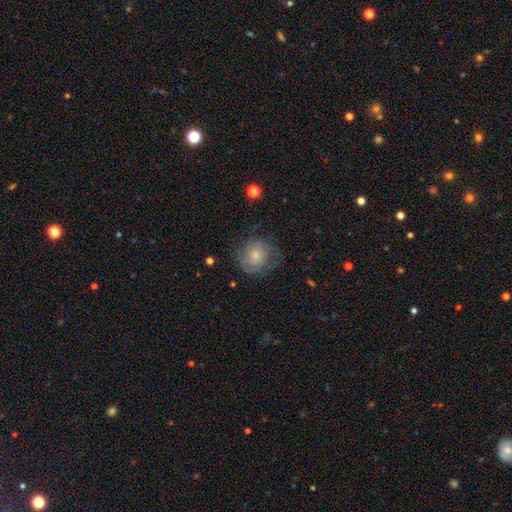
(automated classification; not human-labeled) smooth_or_featured: smooth (p=0.48) [alt: featured or disk p=0.43]
merging: none (p=0.60) [alt: minor disturbance p=0.23]